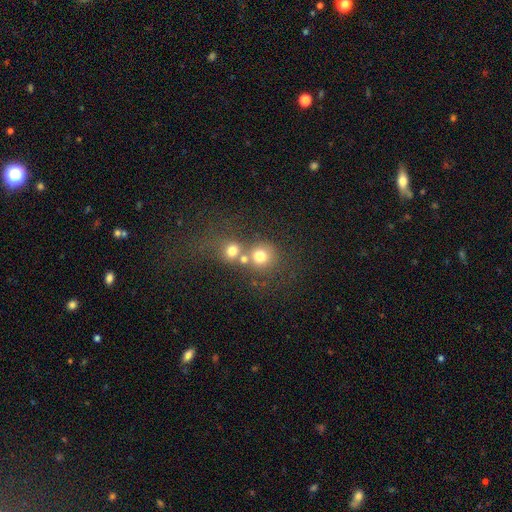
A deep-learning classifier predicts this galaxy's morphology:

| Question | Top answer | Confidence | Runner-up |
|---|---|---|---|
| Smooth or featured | smooth | 59% | star or artifact (23%) |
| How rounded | round | 82% | in between (17%) |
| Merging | merger | 55% | none (33%) |